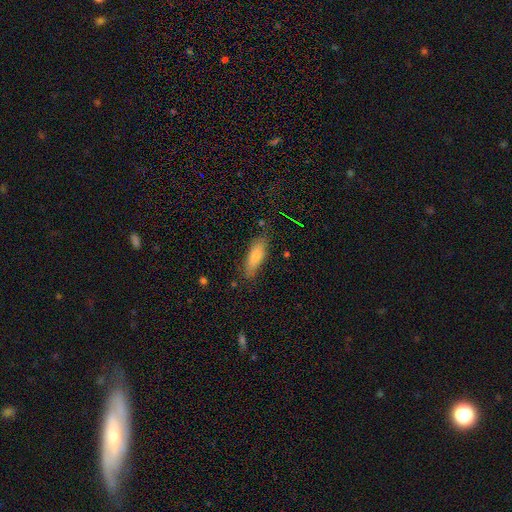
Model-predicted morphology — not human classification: Smooth or featured? Predicted: smooth (p=0.70). How rounded? Predicted: cigar-shaped (p=0.49). Merging? Predicted: none (p=0.81).